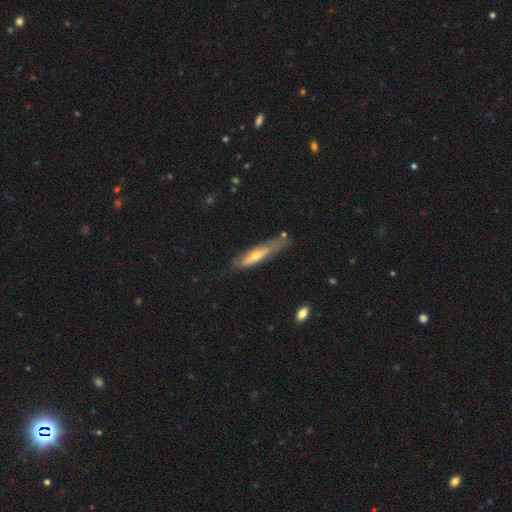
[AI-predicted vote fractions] featured or disk 51%, smooth 42%, star or artifact 6%. Down the decision tree: edge-on disk — yes (70%); merging — none (62%).